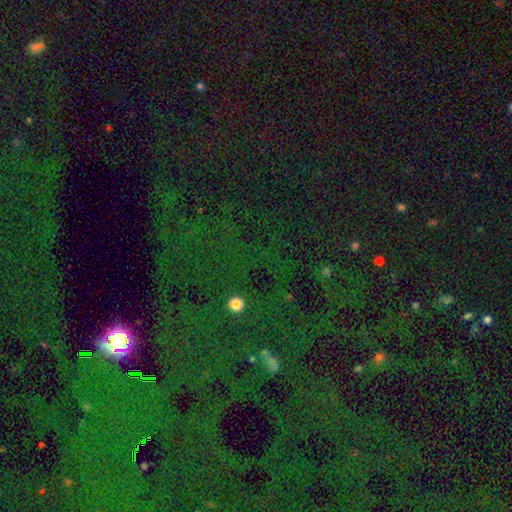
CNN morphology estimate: A star or artifact, not a galaxy (82%).

Vote fractions:
- Smooth or featured? star or artifact: 82% / smooth: 11% / featured or disk: 7%